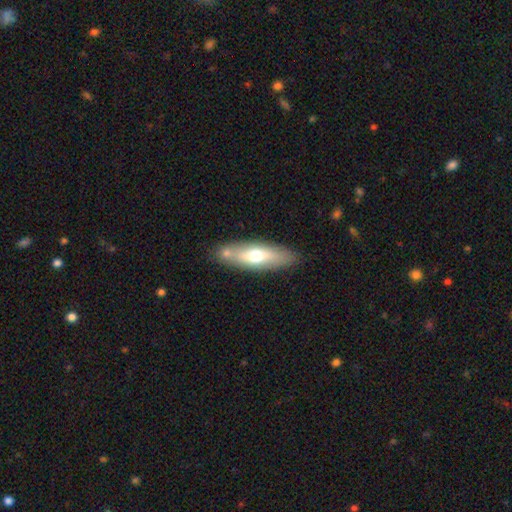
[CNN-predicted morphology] smooth 56%, featured or disk 38%, star or artifact 6%. Down the decision tree: how rounded — cigar-shaped (49%, tied with in between); merging — none (77%).